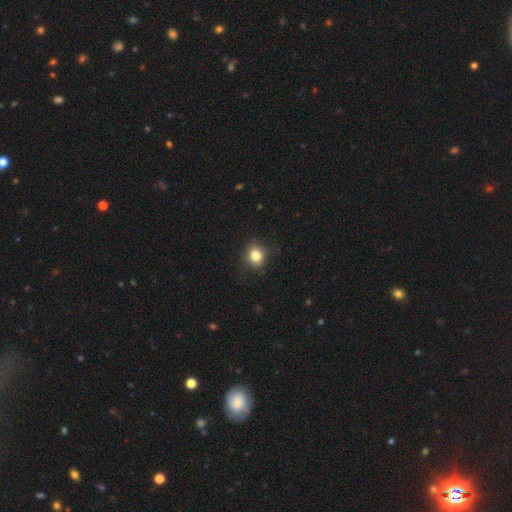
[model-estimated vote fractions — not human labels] A smooth galaxy with no disk features (82%) that is round (68%). Merging: none (81%).